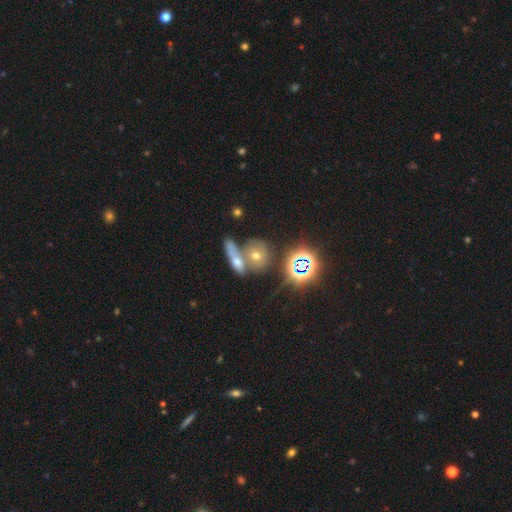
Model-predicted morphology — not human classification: smooth-or-featured: star or artifact: 41% | featured or disk: 32% | smooth: 27%